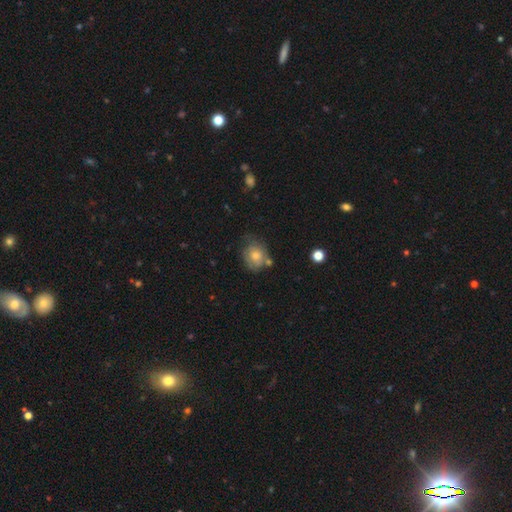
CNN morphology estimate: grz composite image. It shows a smooth galaxy with no disk features (65%) that is round (60%). Merging: none (51%).